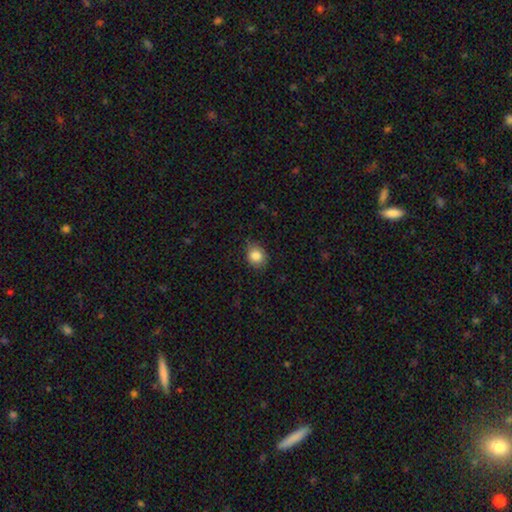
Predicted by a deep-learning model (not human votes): Smooth or featured: smooth — 84% (star or artifact — 10%)
How rounded: round — 68% (in between — 31%)
Merging: none — 78% (minor disturbance — 18%)